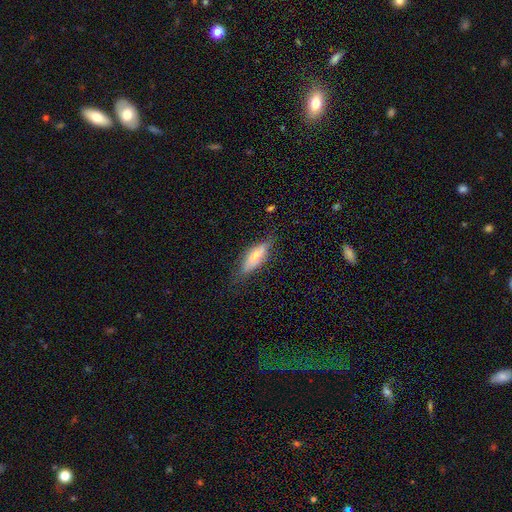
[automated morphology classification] Smooth or featured: smooth — 55% (featured or disk — 37%)
How rounded: cigar-shaped — 53% (in between — 45%)
Merging: none — 75% (minor disturbance — 18%)